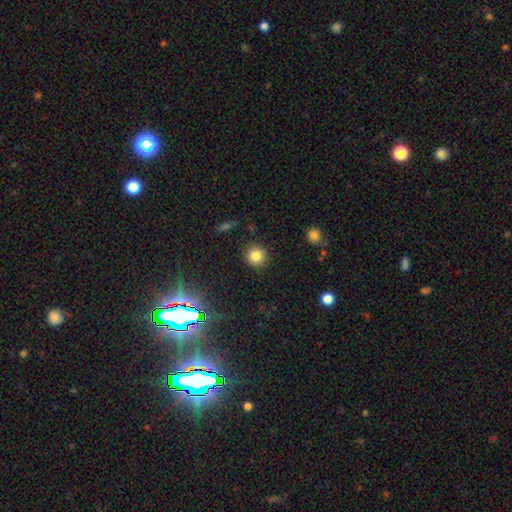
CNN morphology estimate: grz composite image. It shows a smooth galaxy with no disk features (82%) that is round (92%). Merging: none (90%).